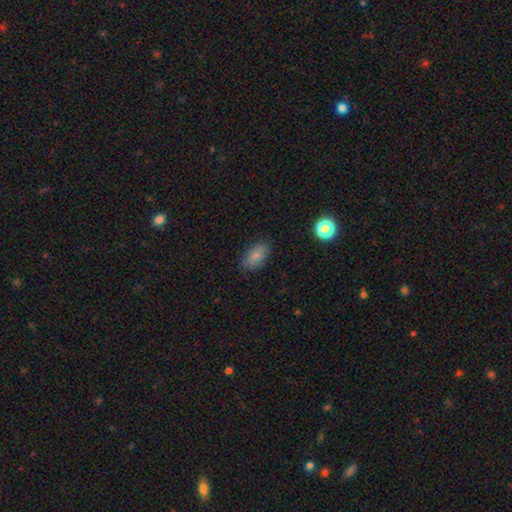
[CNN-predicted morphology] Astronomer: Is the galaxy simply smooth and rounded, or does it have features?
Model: smooth — 83%.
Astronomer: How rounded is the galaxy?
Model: in between — 92%.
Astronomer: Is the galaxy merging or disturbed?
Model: none — 83%.